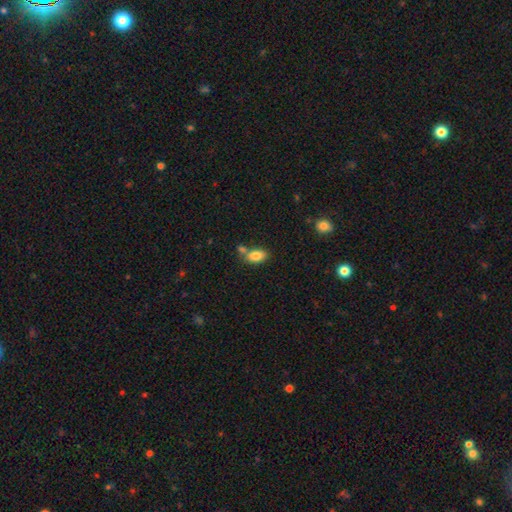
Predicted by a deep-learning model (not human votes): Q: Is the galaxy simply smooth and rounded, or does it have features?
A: smooth — 84%.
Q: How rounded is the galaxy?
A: in between — 91%.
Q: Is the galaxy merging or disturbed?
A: none — 55%.